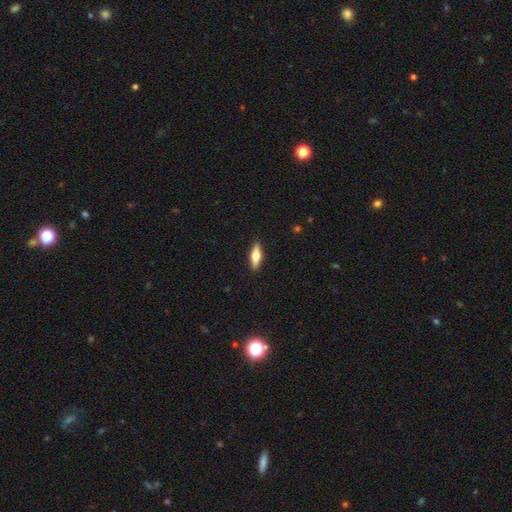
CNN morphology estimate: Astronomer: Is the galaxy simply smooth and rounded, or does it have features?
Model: smooth — 54% (runner-up: featured or disk, 40%).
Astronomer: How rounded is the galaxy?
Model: in between — 50% (runner-up: cigar-shaped, 47%).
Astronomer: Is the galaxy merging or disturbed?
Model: none — 90%.